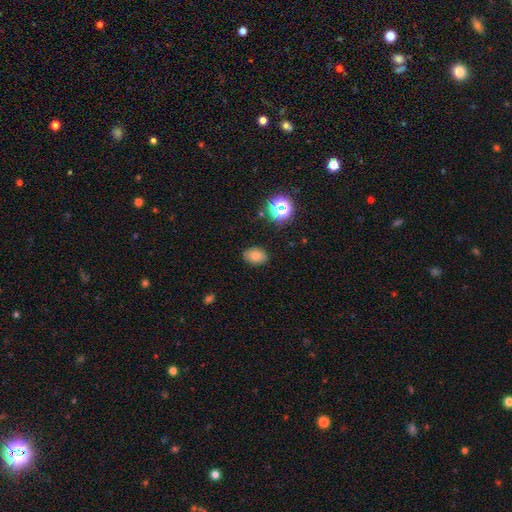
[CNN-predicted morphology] Overall: smooth (78%). How rounded: in between (72%). Merging: none (83%).